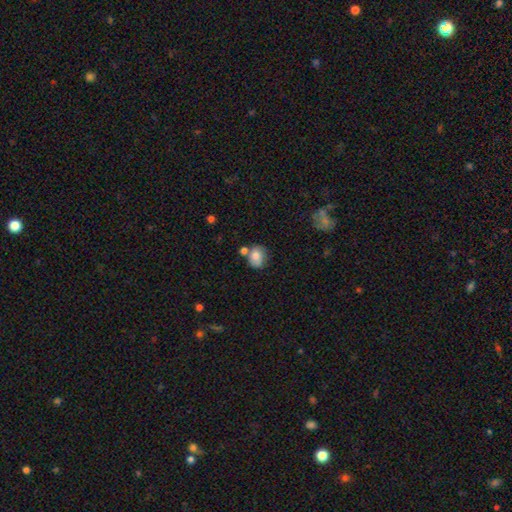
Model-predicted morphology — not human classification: This appears to be a smooth galaxy with no disk features (76%) that is round (59%). Merging: none (54%).